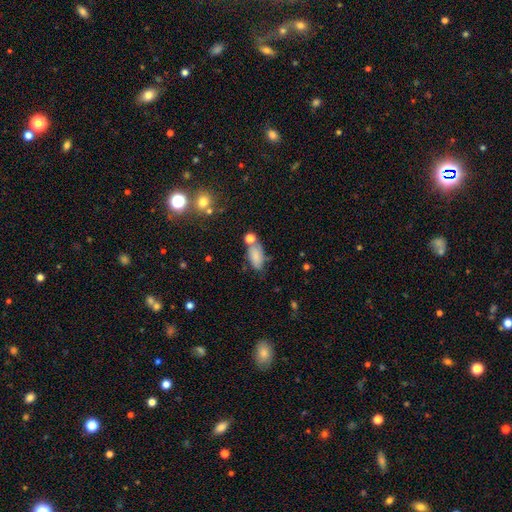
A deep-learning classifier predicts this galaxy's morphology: smooth 76%, featured or disk 14%, star or artifact 10%. Down the decision tree: how rounded — in between (86%); merging — none (51%).